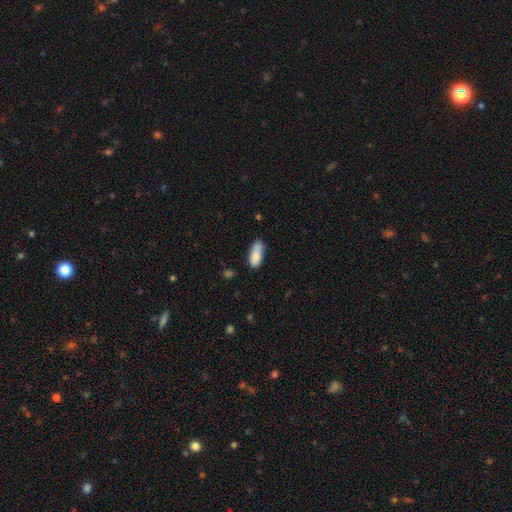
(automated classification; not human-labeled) This appears to be a smooth galaxy with no disk features (84%) that is in between round and cigar-shaped (82%). Merging: none (68%).